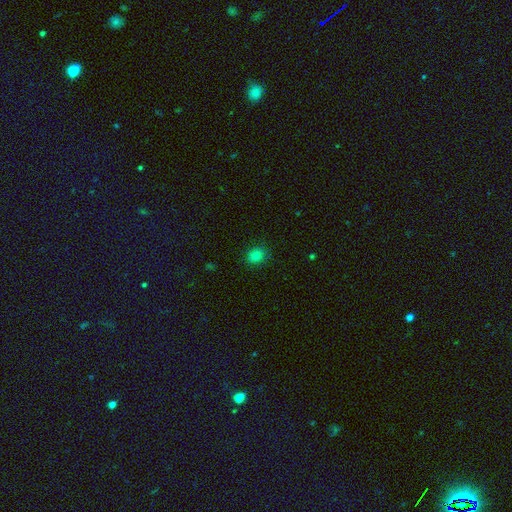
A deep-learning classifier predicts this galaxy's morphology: A smooth galaxy with no disk features (81%) that is round (69%). Merging: none (86%).